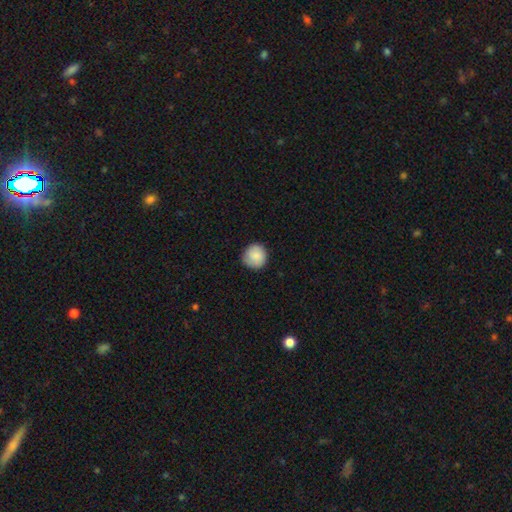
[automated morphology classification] type=smooth (86%); roundness=round (92%); merging=none (84%).